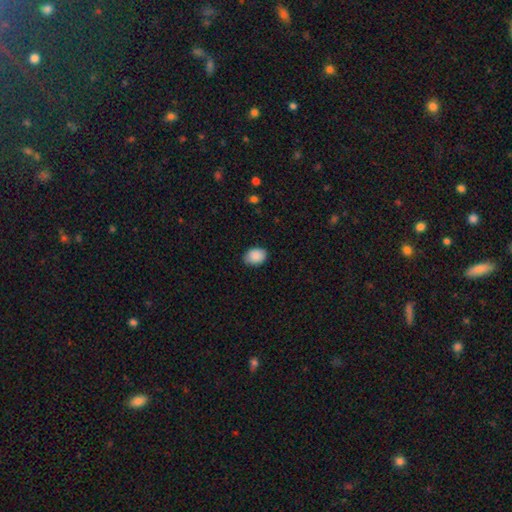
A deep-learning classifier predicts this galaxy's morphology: Q: Smooth or featured?
A: smooth (90%); runner-up: star or artifact (7%)
Q: How rounded?
A: in between (71%); runner-up: round (28%)
Q: Merging?
A: none (81%); runner-up: minor disturbance (15%)